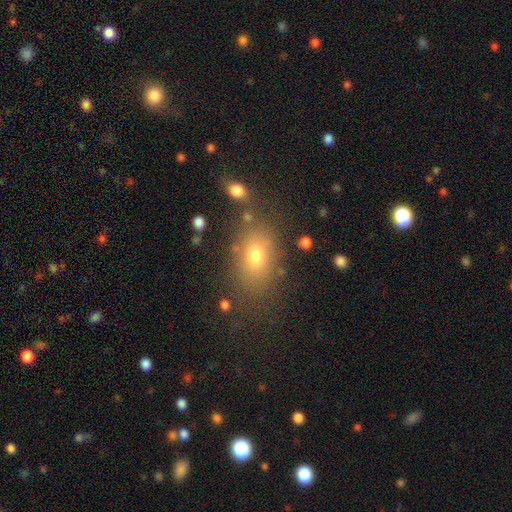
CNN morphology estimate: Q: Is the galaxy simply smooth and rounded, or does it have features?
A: smooth — 70%.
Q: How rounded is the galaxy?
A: in between — 76%.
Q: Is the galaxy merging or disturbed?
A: none — 78%.